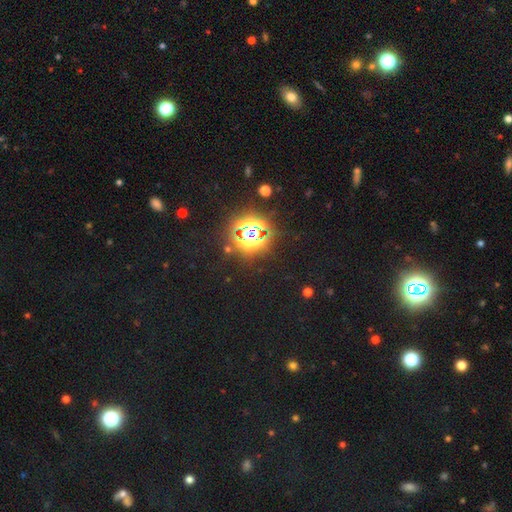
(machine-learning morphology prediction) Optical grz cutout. It shows a star or artifact, not a galaxy (79%).